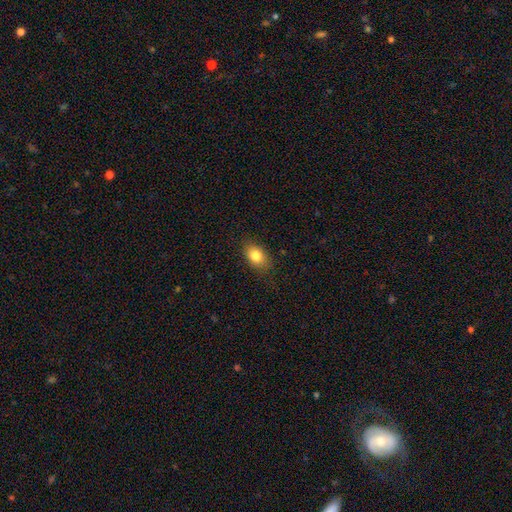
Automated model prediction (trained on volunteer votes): Smooth or featured? smooth (83%)
How rounded? in between (81%)
Merging? none (83%)